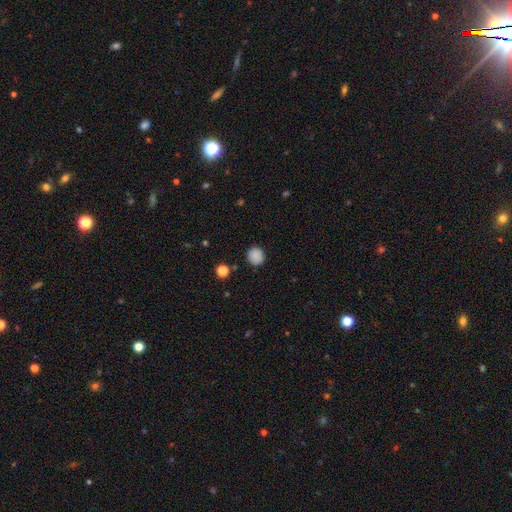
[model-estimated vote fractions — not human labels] Smooth or featured? Predicted: smooth (p=0.87). How rounded? Predicted: round (p=0.89). Merging? Predicted: none (p=0.89).